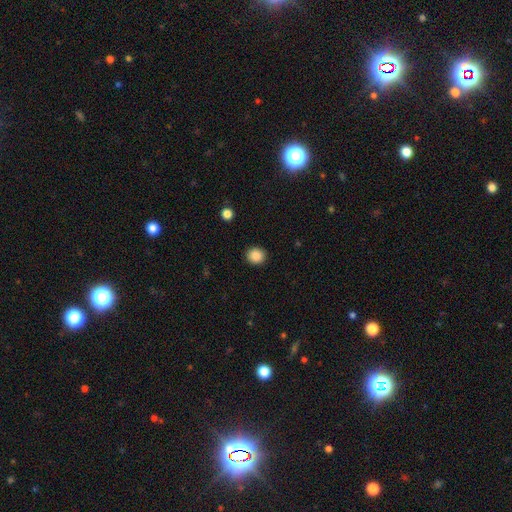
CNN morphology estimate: type=smooth (88%); roundness=round (86%); merging=none (91%).